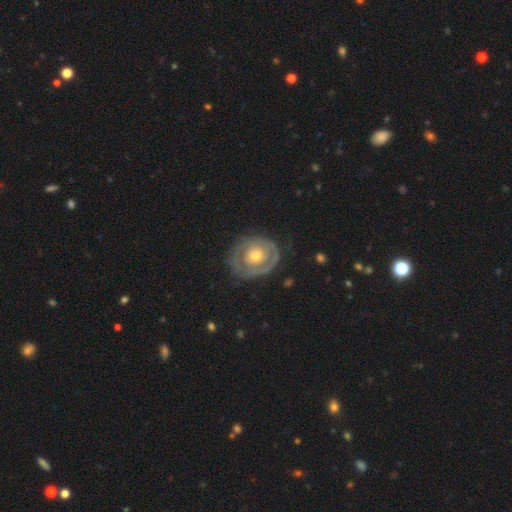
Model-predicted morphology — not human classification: smooth_or_featured: featured or disk (p=0.68) [alt: smooth p=0.27]
disk_edge_on: no (p=0.96) [alt: yes p=0.04]
bar: no (p=0.84) [alt: weak p=0.13]
has_spiral_arms: yes (p=0.57) [alt: no p=0.43]
bulge_size: moderate (p=0.60) [alt: small p=0.28]
merging: none (p=0.73) [alt: minor disturbance p=0.18]